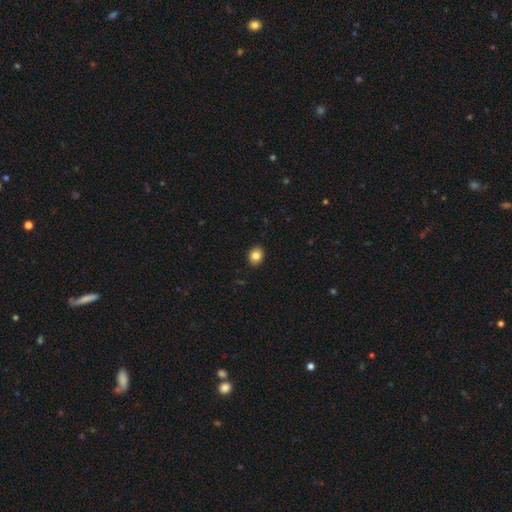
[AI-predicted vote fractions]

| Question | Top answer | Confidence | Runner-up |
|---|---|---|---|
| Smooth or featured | smooth | 84% | star or artifact (9%) |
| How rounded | round | 50% | in between (49%) |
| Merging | none | 91% | minor disturbance (6%) |